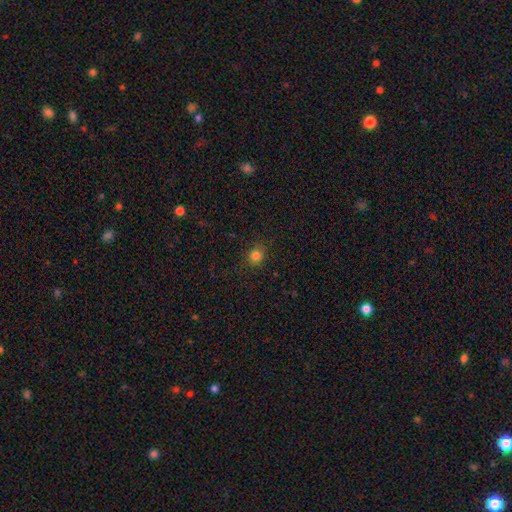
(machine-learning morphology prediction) This is clearly a smooth galaxy (81%). How rounded: likely round (79%). Merging: clearly none (87%).